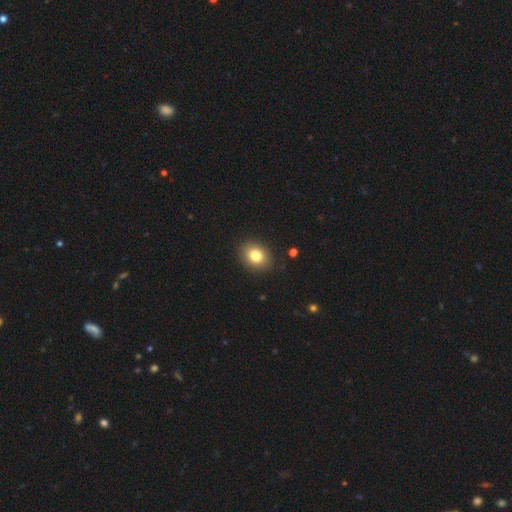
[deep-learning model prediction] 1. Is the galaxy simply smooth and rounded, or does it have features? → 82% smooth, 10% star or artifact, 8% featured or disk.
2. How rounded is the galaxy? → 51% round, 48% in between, 1% cigar-shaped.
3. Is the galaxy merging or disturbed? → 89% none, 8% minor disturbance, 2% major disturbance, 1% merger.